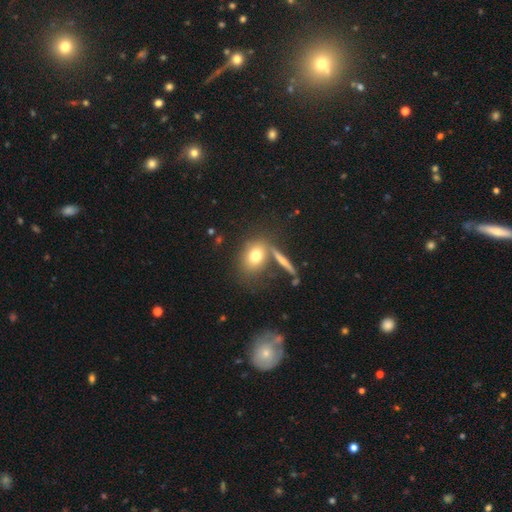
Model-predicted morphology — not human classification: smooth_or_featured: smooth (p=0.72) [alt: featured or disk p=0.18]
how_rounded: round (p=0.50) [alt: in between p=0.46]
merging: none (p=0.62) [alt: merger p=0.18]